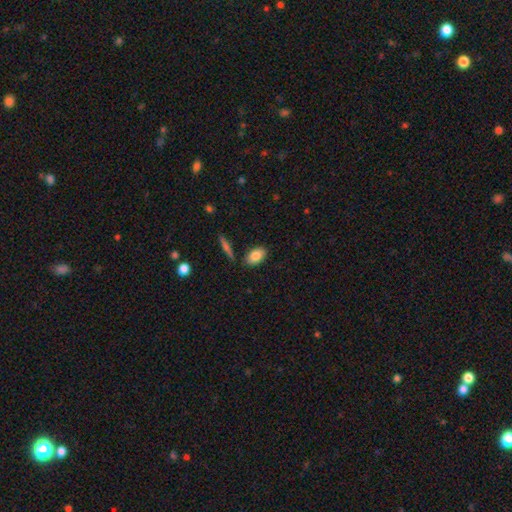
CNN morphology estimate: Smooth or featured? smooth (85%)
How rounded? in between (91%)
Merging? none (84%)